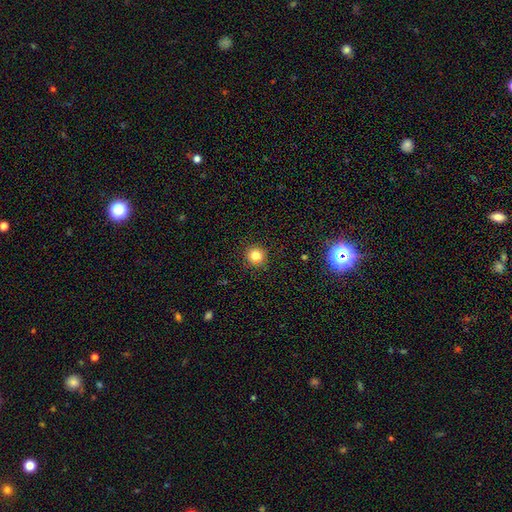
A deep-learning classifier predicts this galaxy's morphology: Smooth or featured? smooth (82%)
How rounded? round (94%)
Merging? none (91%)